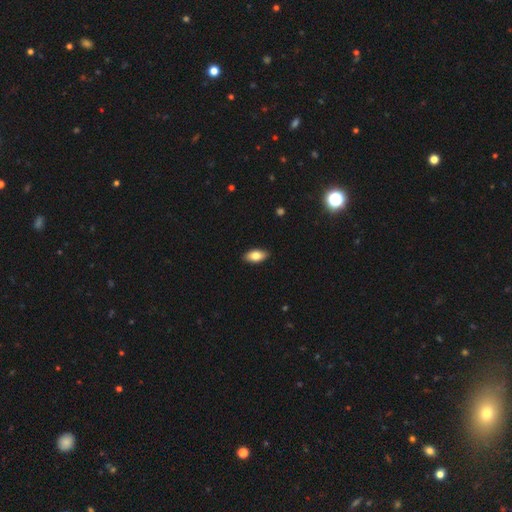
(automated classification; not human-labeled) smooth 80%, featured or disk 14%, star or artifact 7%. Down the decision tree: how rounded — in between (91%); merging — none (89%).